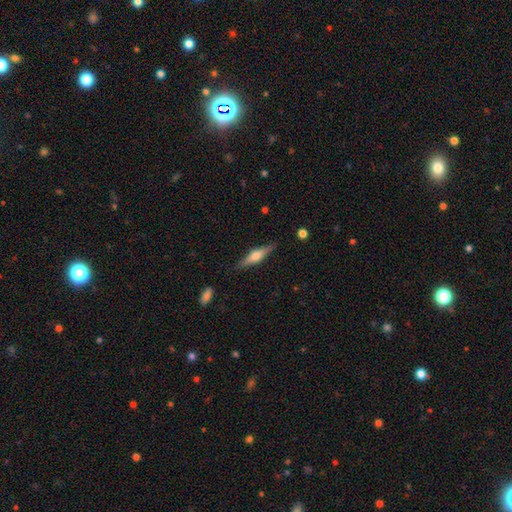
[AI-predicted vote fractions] Smooth or featured: featured or disk — 62% (smooth — 32%)
Edge-on disk: yes — 96% (no — 4%)
Edge-on bulge: rounded — 87% (boxy — 10%)
Merging: none — 86% (minor disturbance — 10%)